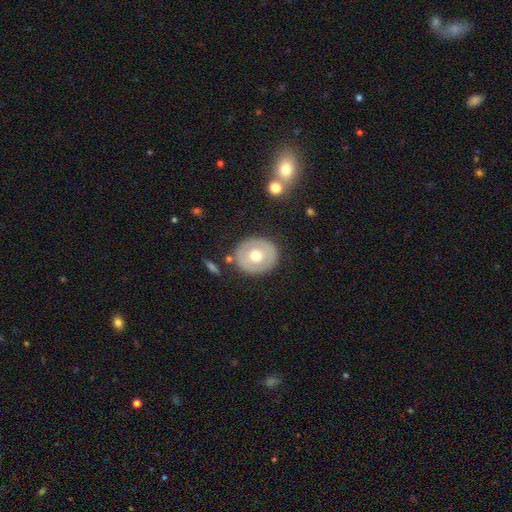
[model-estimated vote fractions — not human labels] Smooth or featured? smooth (55%)
How rounded? round (76%)
Merging? none (85%)